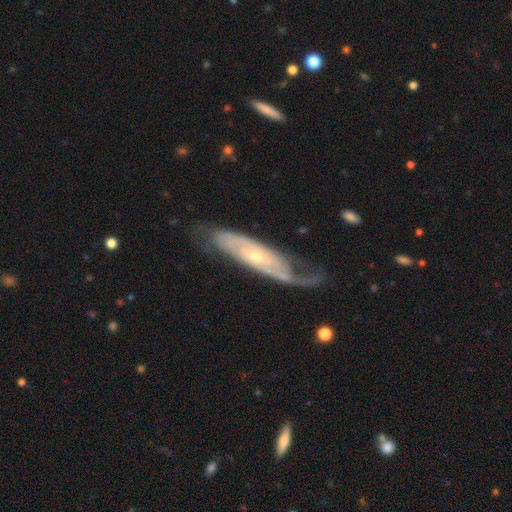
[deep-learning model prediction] Smooth or featured? featured or disk (80%)
Edge-on disk? no (76%)
Bar? no (62%)
Spiral arms? yes (91%)
Spiral winding? tight (46%)
Spiral arm count? 2 (51%)
Bulge size? small (63%)
Merging? none (56%)